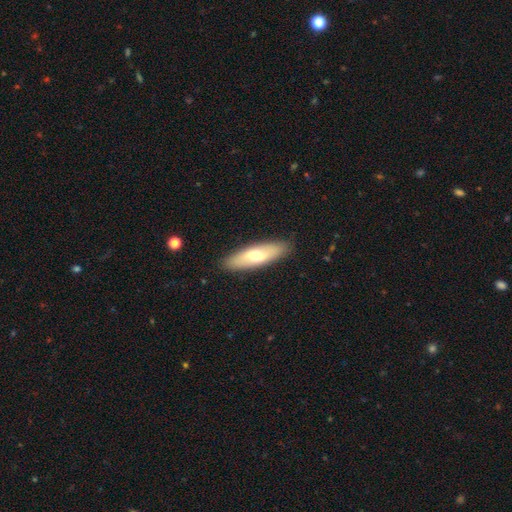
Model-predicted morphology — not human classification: Smooth or featured? smooth (60%)
How rounded? cigar-shaped (52%)
Merging? none (88%)